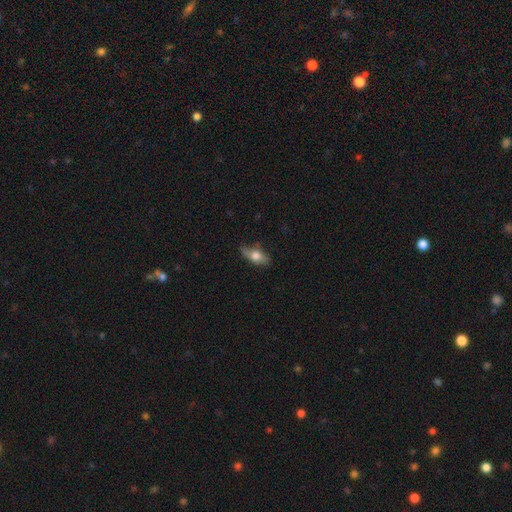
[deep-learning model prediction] The model was most divided on "smooth or featured": smooth: 59%, featured or disk: 35%, star or artifact: 7%. More confident: how rounded — in between (74%); merging — none (68%).